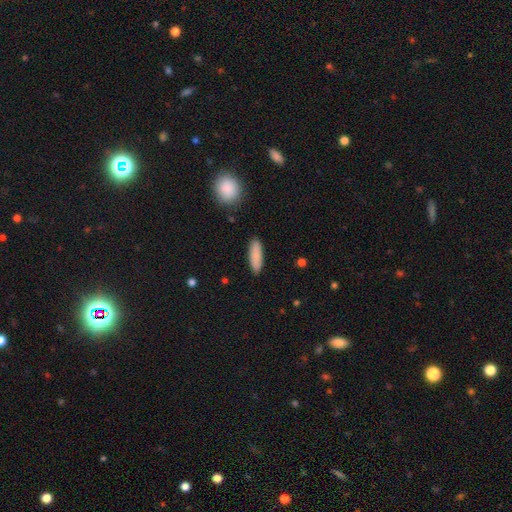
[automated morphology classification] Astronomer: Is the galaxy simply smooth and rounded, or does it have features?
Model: smooth — 87%.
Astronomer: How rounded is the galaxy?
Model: in between — 54% (runner-up: cigar-shaped, 44%).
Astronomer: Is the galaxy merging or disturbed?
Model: none — 88%.